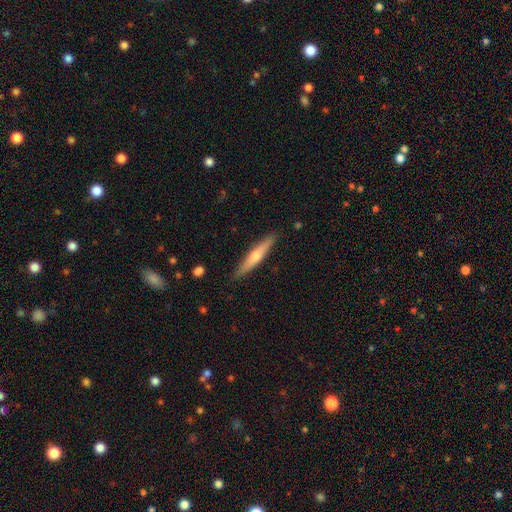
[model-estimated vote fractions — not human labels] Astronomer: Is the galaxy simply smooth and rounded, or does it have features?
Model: featured or disk — 49% (runner-up: smooth, 45%).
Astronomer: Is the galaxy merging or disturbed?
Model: none — 89%.